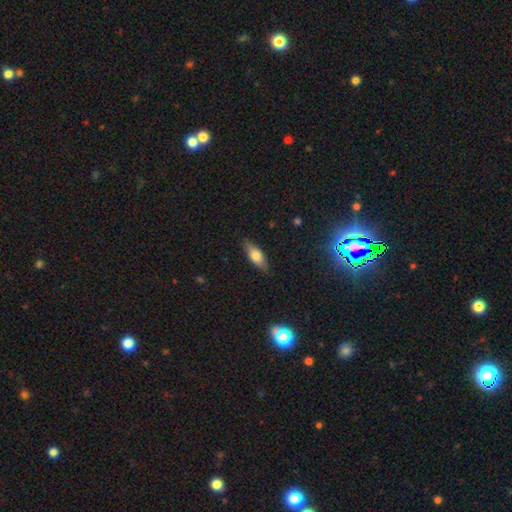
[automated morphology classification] smooth-or-featured: smooth: 67% | featured or disk: 26% | star or artifact: 7%
  how-rounded: in between: 67% | cigar-shaped: 30% | round: 3%
  merging: none: 85% | minor disturbance: 12% | major disturbance: 2% | merger: 1%